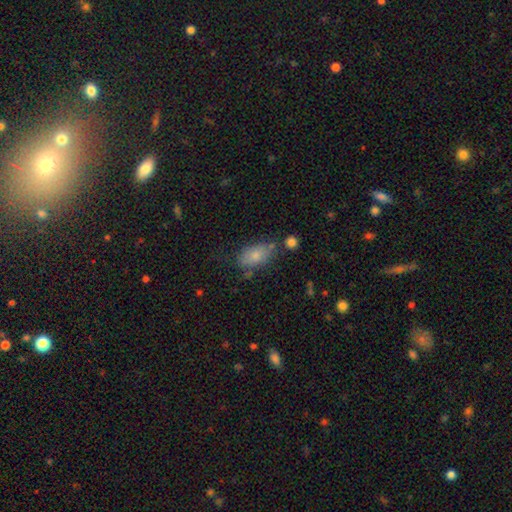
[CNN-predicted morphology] This is likely a smooth galaxy (75%). How rounded: clearly in between (88%). Merging: likely none (64%).